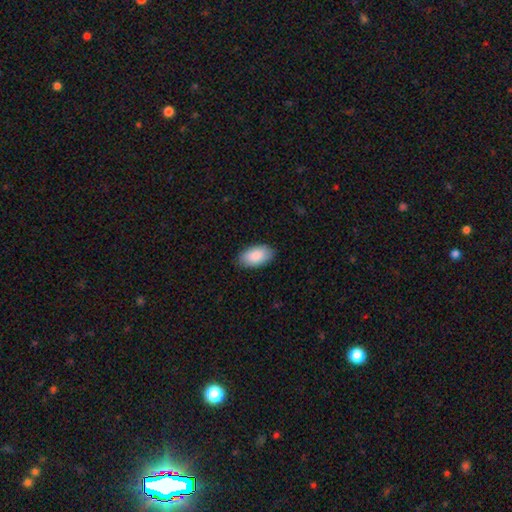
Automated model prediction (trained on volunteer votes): Smooth or featured? smooth (89%)
How rounded? in between (95%)
Merging? none (86%)